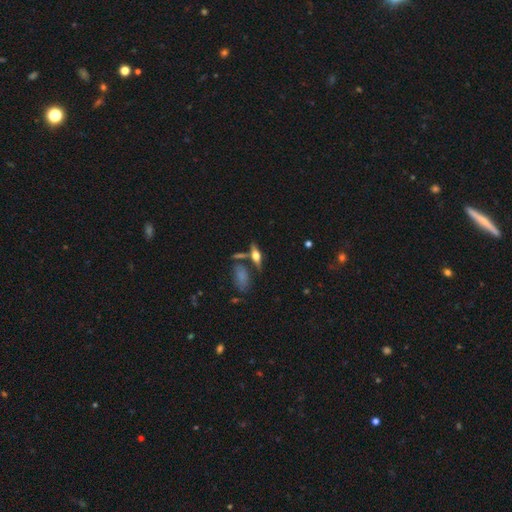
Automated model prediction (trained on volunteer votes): Smooth or featured? Predicted: featured or disk (p=0.59). Edge-on disk? Predicted: yes (p=0.93). Edge-on bulge? Predicted: rounded (p=0.93). Merging? Predicted: none (p=0.72).